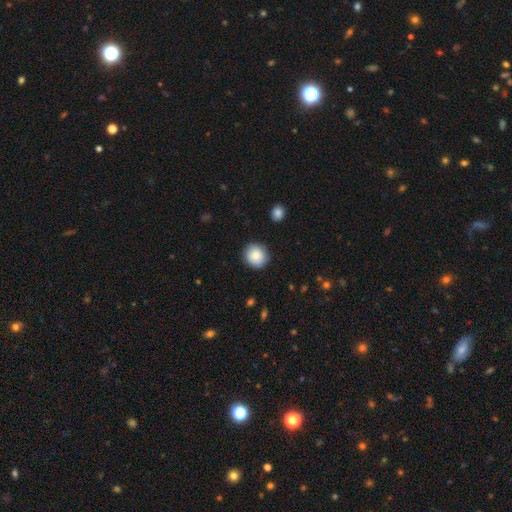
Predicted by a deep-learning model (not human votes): A smooth galaxy with no disk features (86%) that is round (87%). Merging: none (88%).